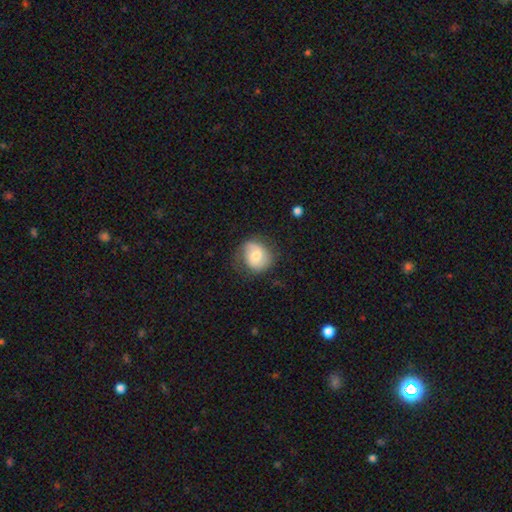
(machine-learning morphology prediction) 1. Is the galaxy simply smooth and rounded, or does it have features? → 54% smooth, 39% featured or disk, 7% star or artifact.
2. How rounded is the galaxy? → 68% round, 31% in between, 1% cigar-shaped.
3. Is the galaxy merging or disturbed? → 66% none, 24% minor disturbance, 9% major disturbance, 1% merger.